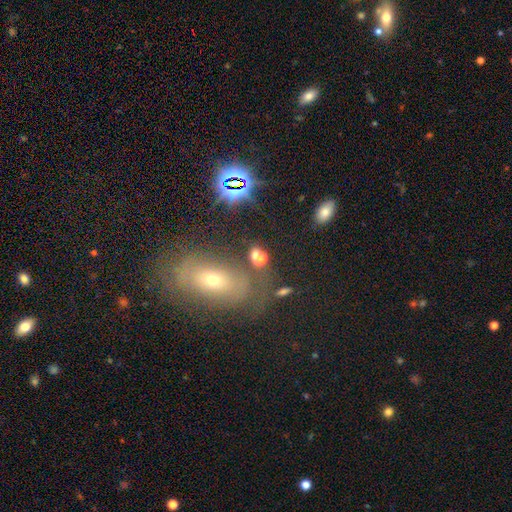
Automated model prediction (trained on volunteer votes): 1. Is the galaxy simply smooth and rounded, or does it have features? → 63% smooth, 25% star or artifact, 12% featured or disk.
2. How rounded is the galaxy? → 69% in between, 27% round, 4% cigar-shaped.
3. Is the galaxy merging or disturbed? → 54% none, 22% merger, 14% minor disturbance, 11% major disturbance.